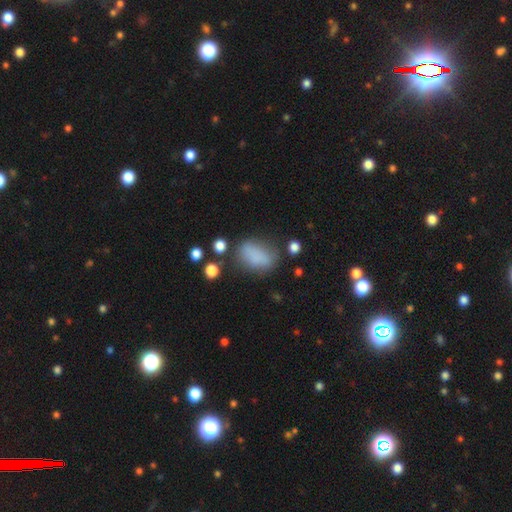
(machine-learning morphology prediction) smooth-or-featured: smooth: 77% | featured or disk: 12% | star or artifact: 11%
  how-rounded: in between: 84% | round: 13% | cigar-shaped: 3%
  merging: none: 54% | minor disturbance: 26% | major disturbance: 14% | merger: 7%